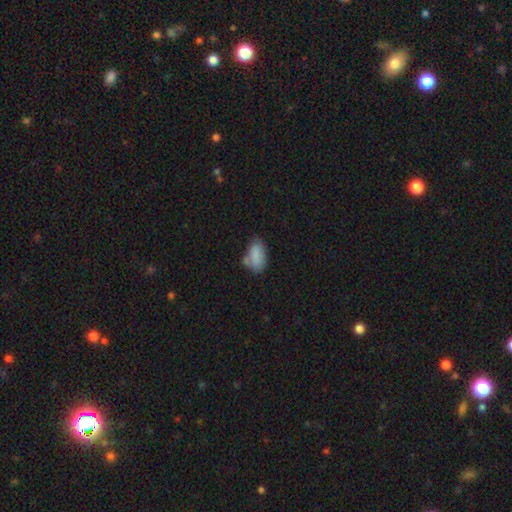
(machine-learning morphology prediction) A smooth galaxy with no disk features (82%) that is in between round and cigar-shaped (91%). Merging: none (48%).